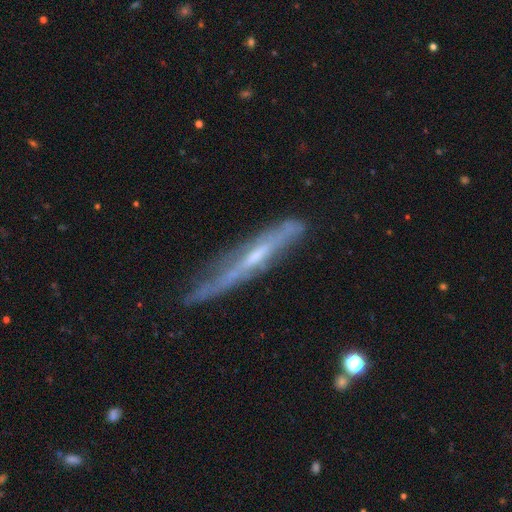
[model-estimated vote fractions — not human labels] Morphology: type=featured or disk (73%); edge-on=yes (80%); edge-on bulge=rounded (50%); merging=none (64%).